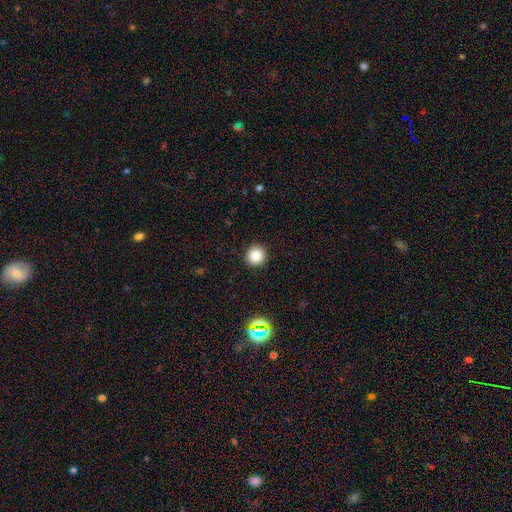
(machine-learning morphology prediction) smooth 81%, star or artifact 13%, featured or disk 6%. Down the decision tree: how rounded — round (96%); merging — none (93%).